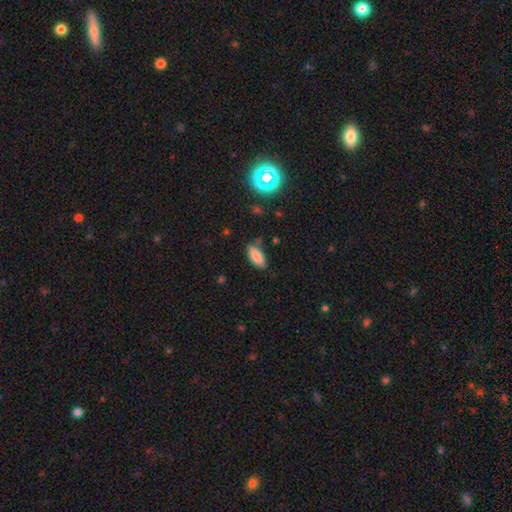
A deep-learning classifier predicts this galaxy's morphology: smooth_or_featured: smooth (p=0.84) [alt: star or artifact p=0.09]
how_rounded: in between (p=0.85) [alt: cigar-shaped p=0.13]
merging: none (p=0.75) [alt: minor disturbance p=0.18]